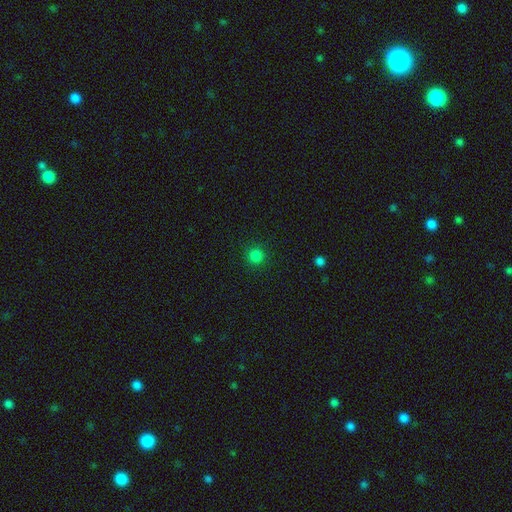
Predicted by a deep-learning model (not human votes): Smooth or featured: smooth — 83% (star or artifact — 14%)
How rounded: round — 95% (in between — 4%)
Merging: none — 91% (minor disturbance — 6%)